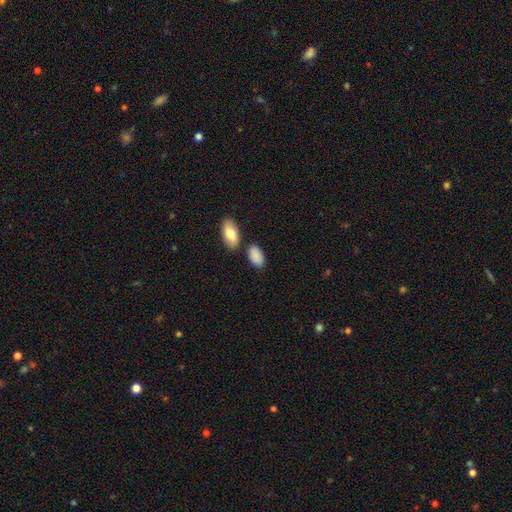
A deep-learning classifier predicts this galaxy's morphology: type=smooth (89%); roundness=in between (94%); merging=none (73%).